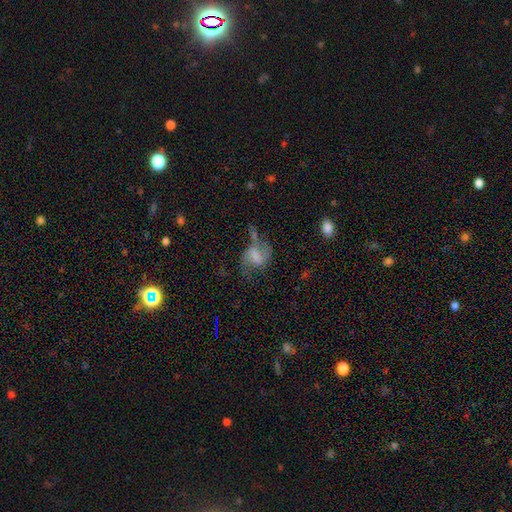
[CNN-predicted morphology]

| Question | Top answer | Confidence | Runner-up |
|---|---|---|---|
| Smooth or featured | featured or disk | 59% | smooth (30%) |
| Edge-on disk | no | 97% | yes (3%) |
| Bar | weak | 48% | no (27%) |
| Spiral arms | yes | 80% | no (20%) |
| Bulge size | none | 37% | small (26%) |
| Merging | none | 37% | major disturbance (30%) |